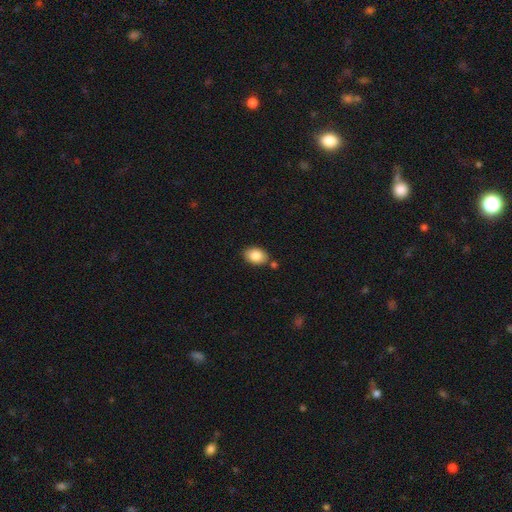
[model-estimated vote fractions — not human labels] Smooth or featured? smooth (85%)
How rounded? in between (81%)
Merging? none (78%)